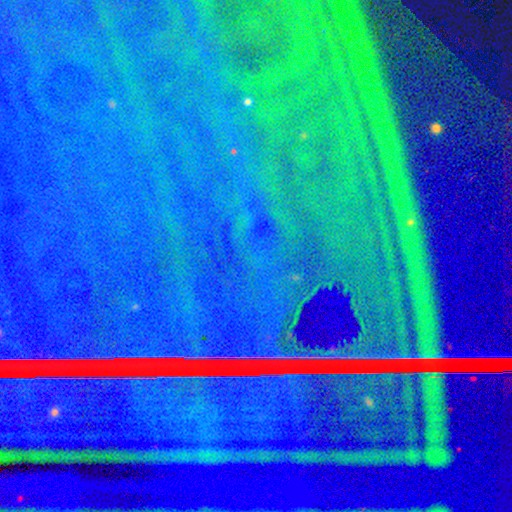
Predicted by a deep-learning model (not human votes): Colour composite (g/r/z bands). It shows a star or artifact, not a galaxy (88%).